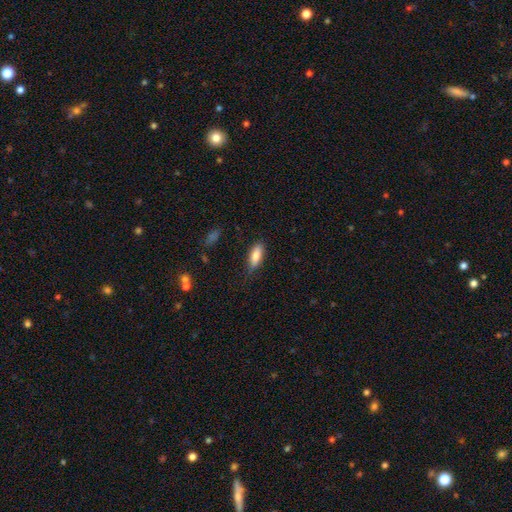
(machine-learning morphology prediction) Smooth or featured?
  - smooth: 82% *
  - featured or disk: 11%
  - star or artifact: 7%
How rounded?
  - in between: 70% *
  - cigar-shaped: 28%
  - round: 2%
Merging?
  - none: 79% *
  - minor disturbance: 16%
  - major disturbance: 3%
  - merger: 1%